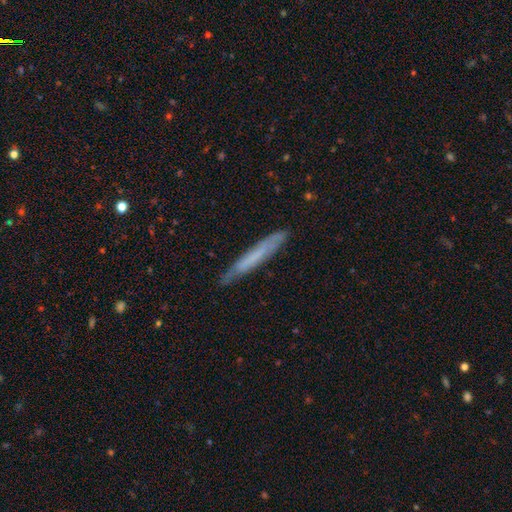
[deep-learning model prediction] This is possibly a smooth galaxy (54%). How rounded: clearly cigar-shaped (96%). Merging: clearly none (86%).